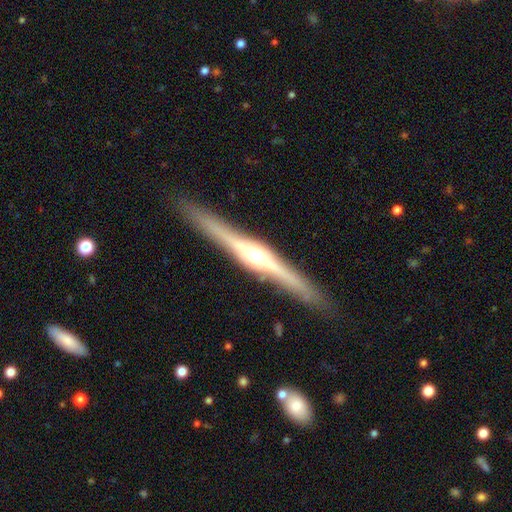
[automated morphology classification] Smooth or featured? featured or disk (84%)
Edge-on disk? yes (98%)
Edge-on bulge? rounded (85%)
Merging? none (90%)